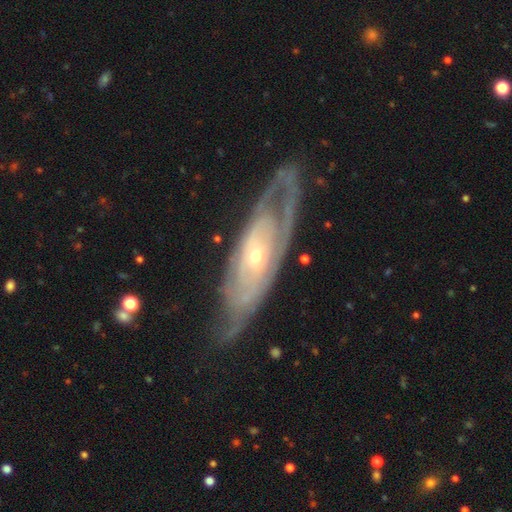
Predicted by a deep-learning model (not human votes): Smooth or featured? featured or disk (82%)
Edge-on disk? no (81%)
Bar? no (72%)
Spiral arms? yes (80%)
Spiral winding? tight (65%)
Spiral arm count? can't tell (51%)
Bulge size? small (70%)
Merging? none (69%)